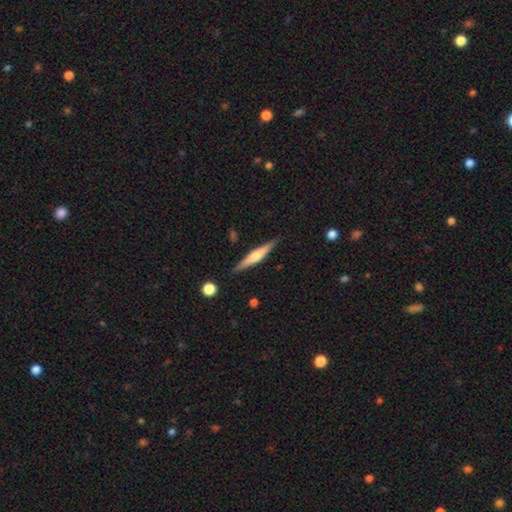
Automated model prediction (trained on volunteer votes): Morphology: type=featured or disk (64%); edge-on=yes (97%); edge-on bulge=rounded (84%); merging=none (88%).